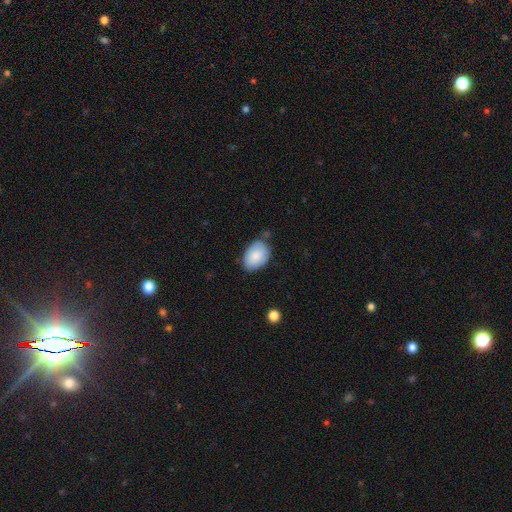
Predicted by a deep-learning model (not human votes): Smooth or featured? Predicted: smooth (p=0.86). How rounded? Predicted: in between (p=0.87). Merging? Predicted: none (p=0.66).